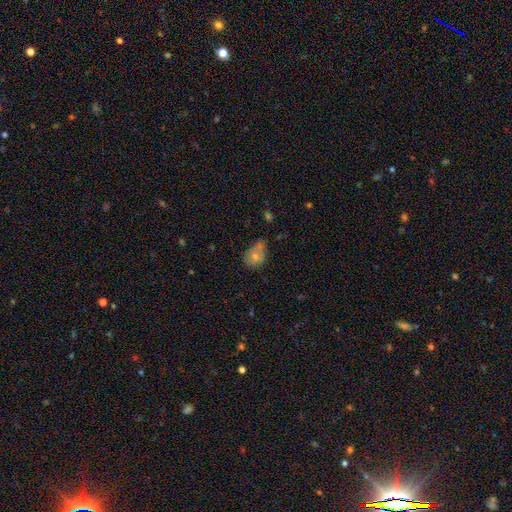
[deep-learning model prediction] smooth_or_featured: smooth (p=0.69) [alt: featured or disk p=0.21]
how_rounded: in between (p=0.73) [alt: round p=0.26]
merging: none (p=0.41) [alt: minor disturbance p=0.34]